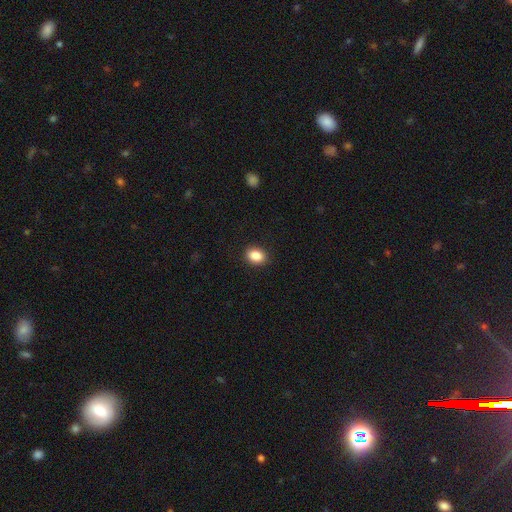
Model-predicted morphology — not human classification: Smooth or featured? smooth (88%)
How rounded? in between (69%)
Merging? none (90%)